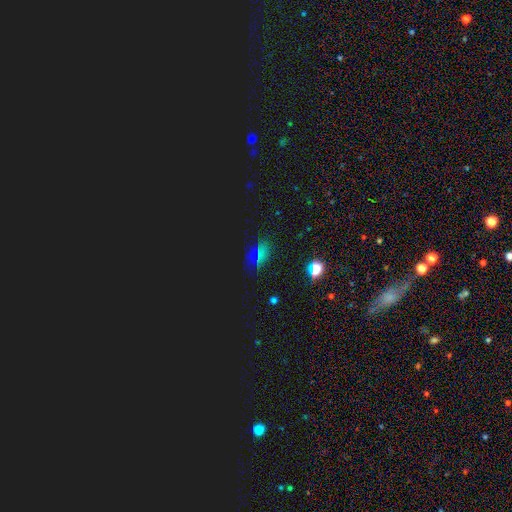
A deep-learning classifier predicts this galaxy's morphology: Smooth or featured: star or artifact — 55% (smooth — 35%)